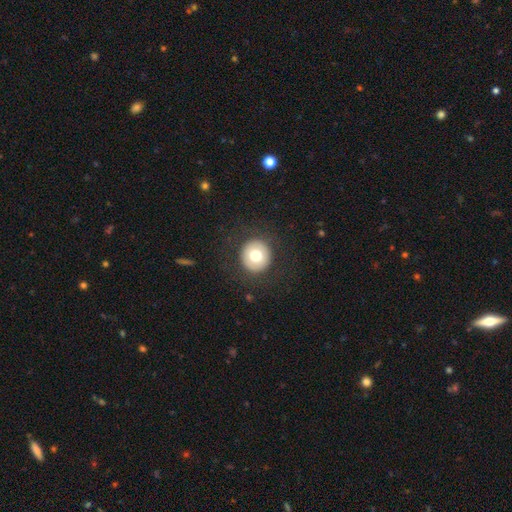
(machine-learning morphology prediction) smooth 72%, featured or disk 19%, star or artifact 9%. Down the decision tree: how rounded — round (94%); merging — none (88%).